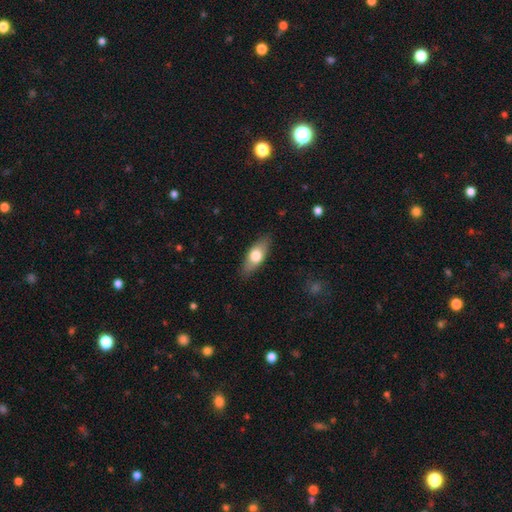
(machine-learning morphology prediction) Smooth or featured: smooth — 67% (featured or disk — 27%)
How rounded: in between — 75% (cigar-shaped — 22%)
Merging: none — 85% (minor disturbance — 12%)